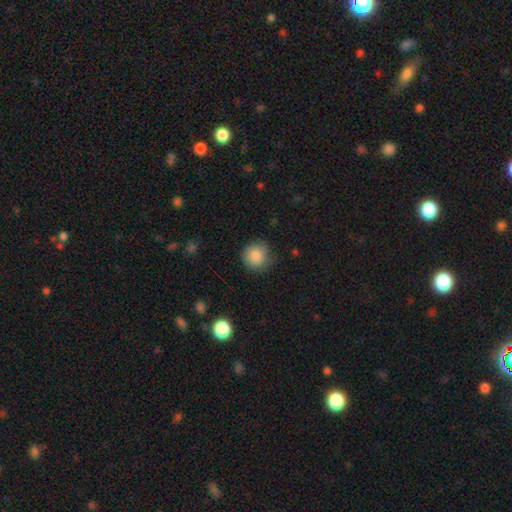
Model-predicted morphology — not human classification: smooth-or-featured: smooth: 86% | star or artifact: 9% | featured or disk: 5%
  how-rounded: round: 91% | in between: 8% | cigar-shaped: 1%
  merging: none: 72% | minor disturbance: 22% | major disturbance: 5% | merger: 1%